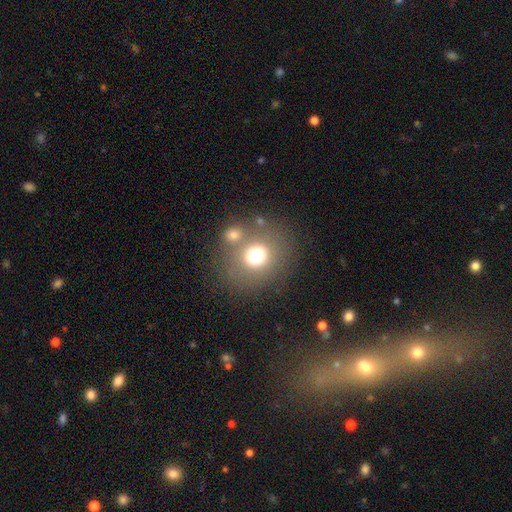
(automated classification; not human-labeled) Morphology: type=smooth (70%); roundness=round (81%); merging=none (66%).